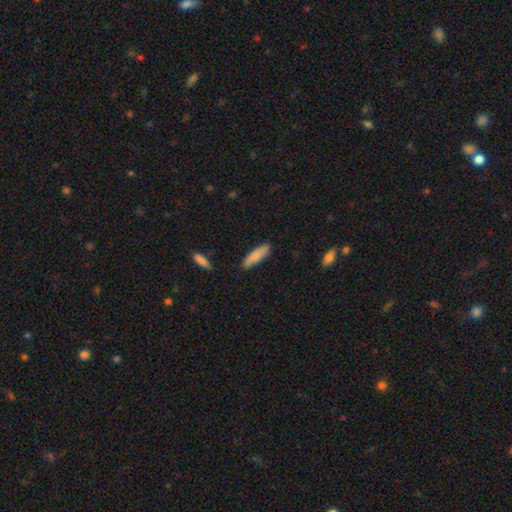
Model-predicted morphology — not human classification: Smooth or featured? Predicted: smooth (p=0.83). How rounded? Predicted: cigar-shaped (p=0.65). Merging? Predicted: none (p=0.85).